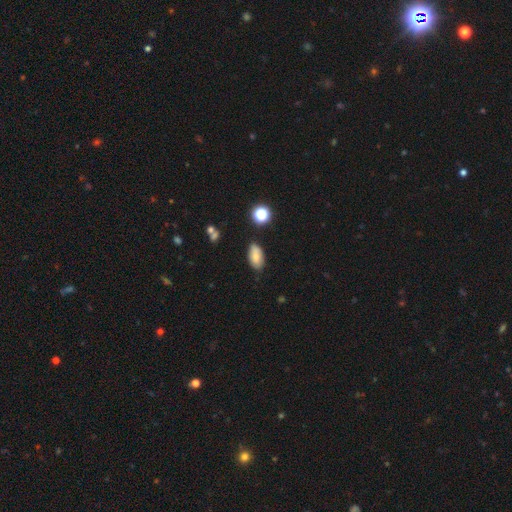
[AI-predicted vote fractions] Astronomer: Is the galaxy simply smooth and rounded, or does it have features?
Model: smooth — 75%.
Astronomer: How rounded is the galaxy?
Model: in between — 91%.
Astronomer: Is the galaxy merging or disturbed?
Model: none — 76%.